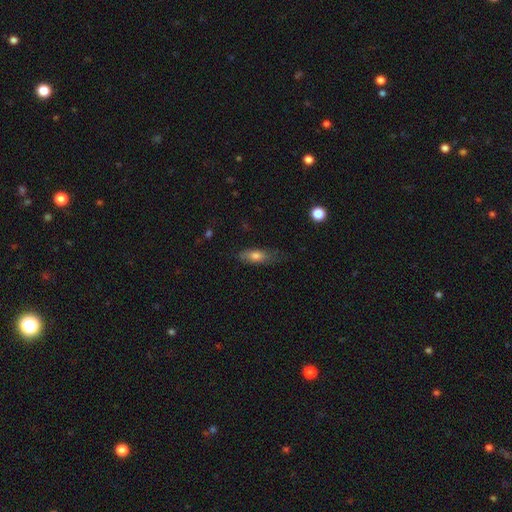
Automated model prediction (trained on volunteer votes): Q: Smooth or featured?
A: smooth (73%); runner-up: featured or disk (20%)
Q: How rounded?
A: in between (68%); runner-up: cigar-shaped (29%)
Q: Merging?
A: none (66%); runner-up: minor disturbance (25%)